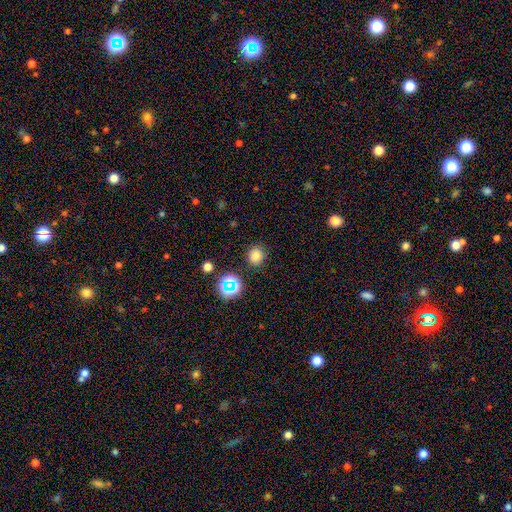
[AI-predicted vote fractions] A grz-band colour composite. It shows a smooth galaxy with no disk features (77%) that is round (80%). Merging: none (86%).